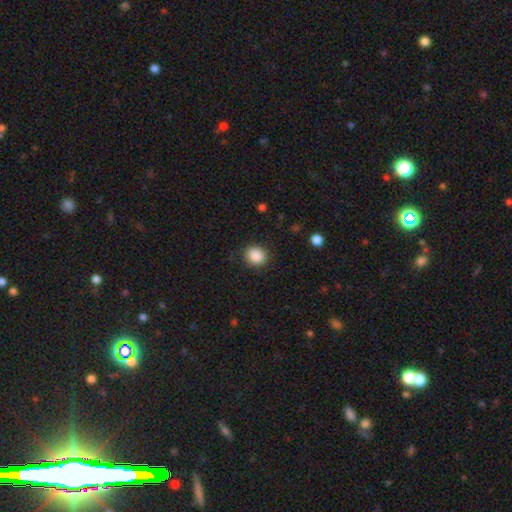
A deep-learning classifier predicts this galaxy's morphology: type=smooth (88%); roundness=round (80%); merging=none (88%).